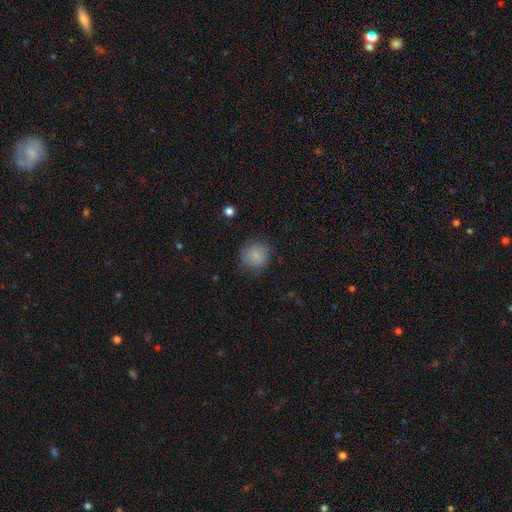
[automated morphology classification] The model was most divided on "merging": none: 79%, minor disturbance: 15%, major disturbance: 5%, merger: 1%. More confident: how rounded — round (88%); smooth or featured — smooth (84%).